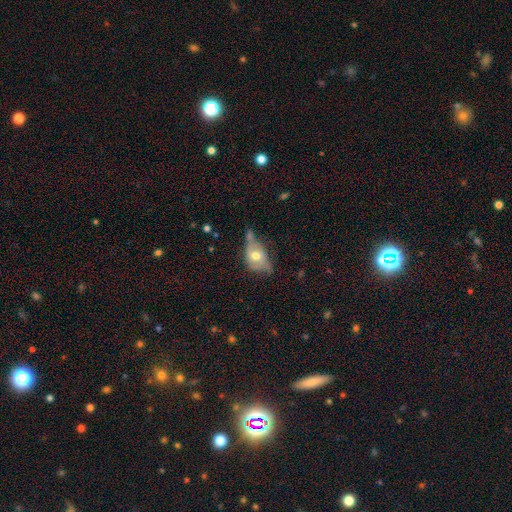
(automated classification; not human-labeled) smooth-or-featured: featured or disk: 52% | smooth: 40% | star or artifact: 8%
  disk-edge-on: no: 89% | yes: 11%
  merging: minor disturbance: 33% | none: 30% | major disturbance: 23% | merger: 15%